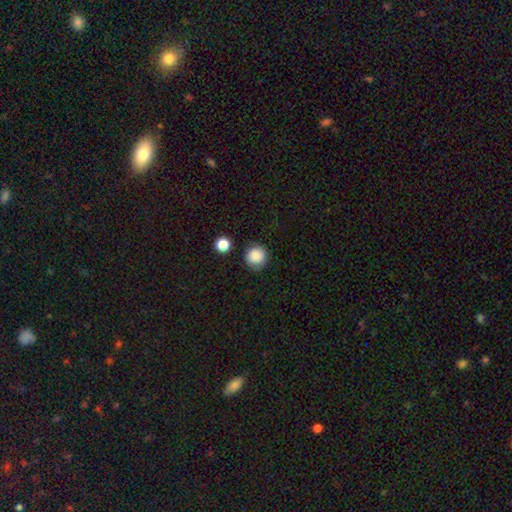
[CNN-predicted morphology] Overall: smooth (86%). How rounded: round (93%). Merging: none (80%).